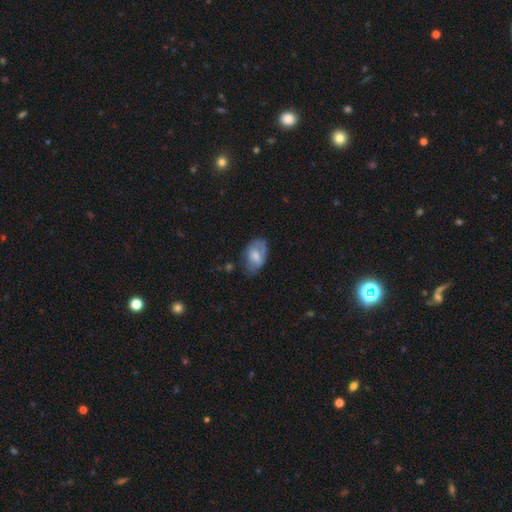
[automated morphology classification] This appears to be a smooth galaxy with no disk features (59%) that is in between round and cigar-shaped (90%). Merging: none (50%).